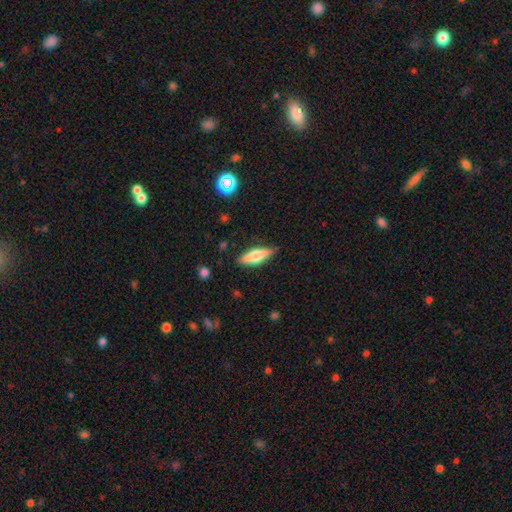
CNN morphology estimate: Smooth or featured?
  - smooth: 54% *
  - featured or disk: 39%
  - star or artifact: 7%
How rounded?
  - cigar-shaped: 55% *
  - in between: 43%
  - round: 2%
Merging?
  - none: 85% *
  - minor disturbance: 11%
  - major disturbance: 2%
  - merger: 1%